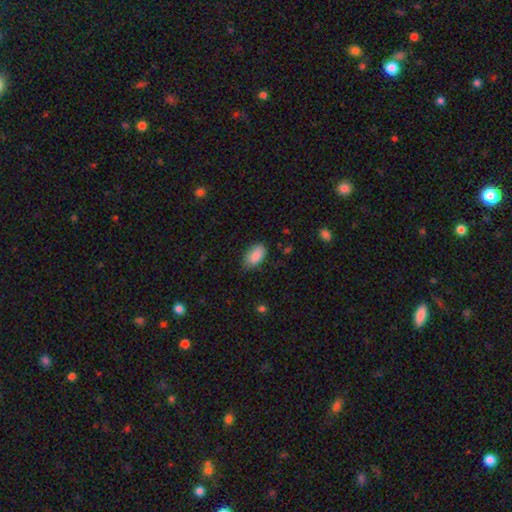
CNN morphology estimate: Overall: smooth (88%). How rounded: in between (94%). Merging: none (74%).